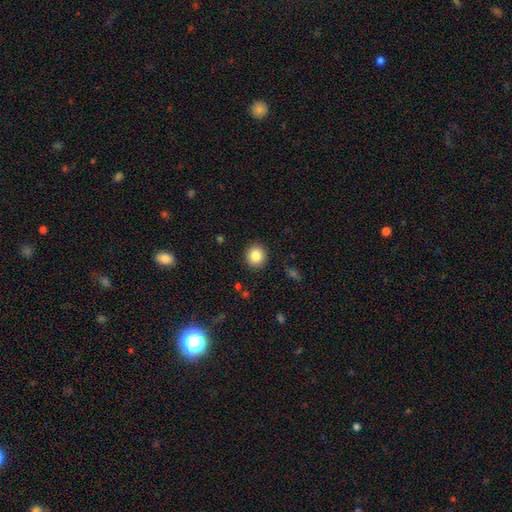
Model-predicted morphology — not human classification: Overall: smooth (84%). How rounded: round (86%). Merging: none (91%).